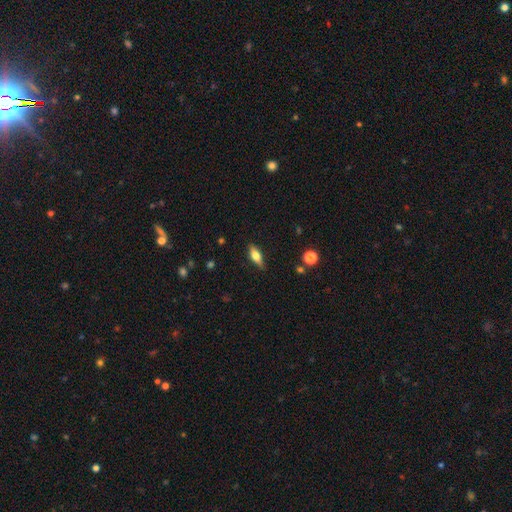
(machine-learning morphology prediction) A smooth galaxy with no disk features (61%) that is in between round and cigar-shaped (66%).

Vote fractions:
- Smooth or featured? smooth: 61% / featured or disk: 32% / star or artifact: 8%
- How rounded? in between: 66% / cigar-shaped: 30% / round: 4%
- Merging? none: 83% / minor disturbance: 13% / major disturbance: 3% / merger: 1%